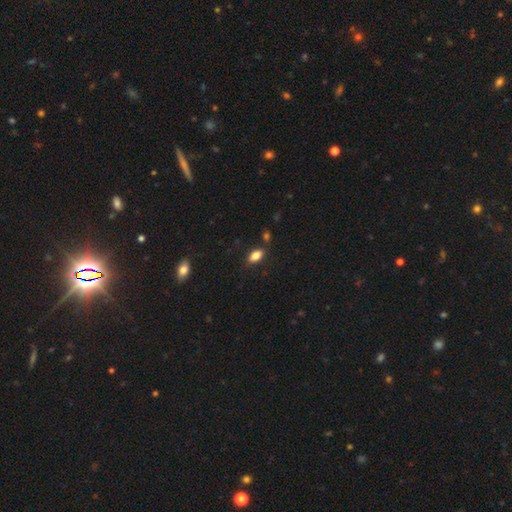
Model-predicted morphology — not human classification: Q: Smooth or featured?
A: smooth (84%); runner-up: star or artifact (9%)
Q: How rounded?
A: in between (89%); runner-up: round (6%)
Q: Merging?
A: none (80%); runner-up: minor disturbance (13%)